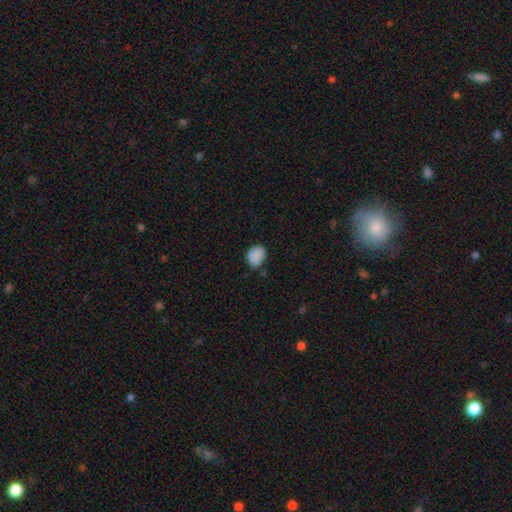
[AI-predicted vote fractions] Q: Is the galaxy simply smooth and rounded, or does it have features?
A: smooth — 87%.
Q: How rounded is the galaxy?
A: in between — 61%.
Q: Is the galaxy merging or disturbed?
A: none — 67%.